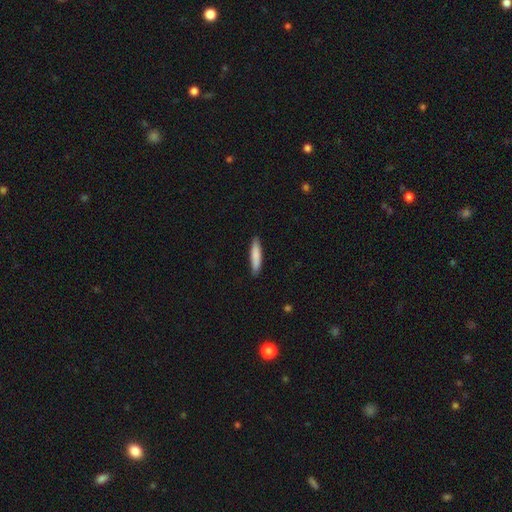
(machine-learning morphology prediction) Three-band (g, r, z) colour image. It shows a smooth galaxy with no disk features (81%) that is cigar-shaped (86%). Merging: none (88%).